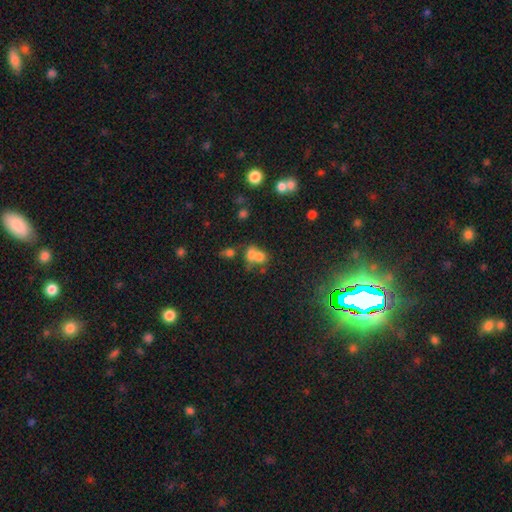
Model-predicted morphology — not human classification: Overall: smooth (65%). How rounded: round (56%; in between 42%). Merging: merger (62%; none 24%).